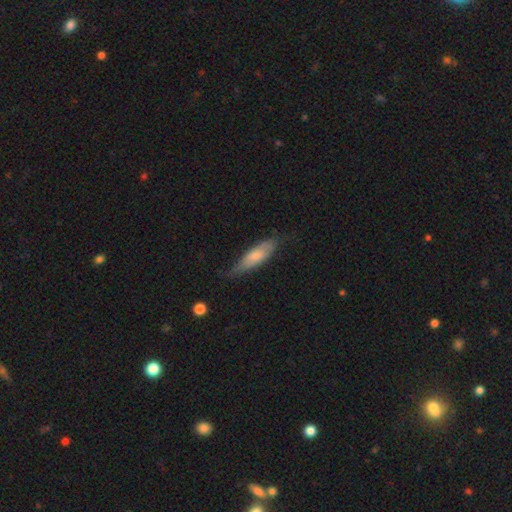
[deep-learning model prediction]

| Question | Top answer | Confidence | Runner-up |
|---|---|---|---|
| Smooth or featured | smooth | 62% | featured or disk (32%) |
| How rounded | in between | 52% | cigar-shaped (46%) |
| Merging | none | 59% | minor disturbance (32%) |